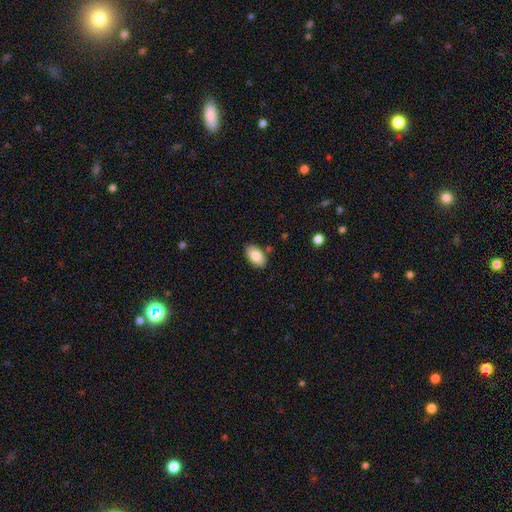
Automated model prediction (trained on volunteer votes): Overall: smooth (83%). How rounded: in between (93%). Merging: none (85%).